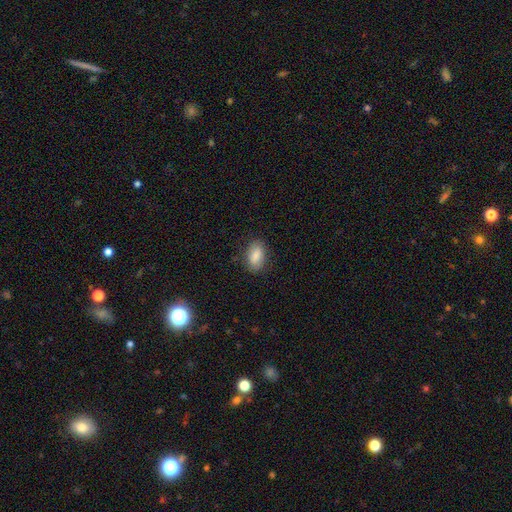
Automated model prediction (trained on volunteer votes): Morphology: type=smooth (86%); roundness=in between (91%); merging=none (84%).